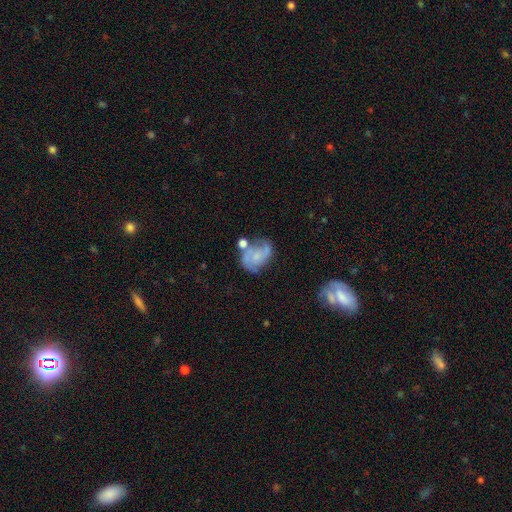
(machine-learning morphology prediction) Overall: featured or disk (72%). Edge-on disk: no (98%). Bar: no (64%; weak 31%). Spiral arms: yes (89%). Spiral arm count: 2 (77%). Spiral winding: medium (49%; tight 27%). Bulge size: small (42%; none 35%). Merging: none (48%; minor disturbance 22%).